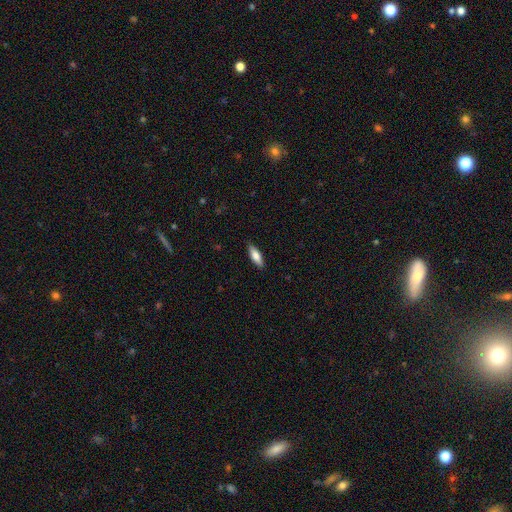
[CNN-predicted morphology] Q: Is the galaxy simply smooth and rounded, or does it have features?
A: smooth — 75%.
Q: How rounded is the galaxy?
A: in between — 56%.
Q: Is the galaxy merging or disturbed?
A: none — 88%.